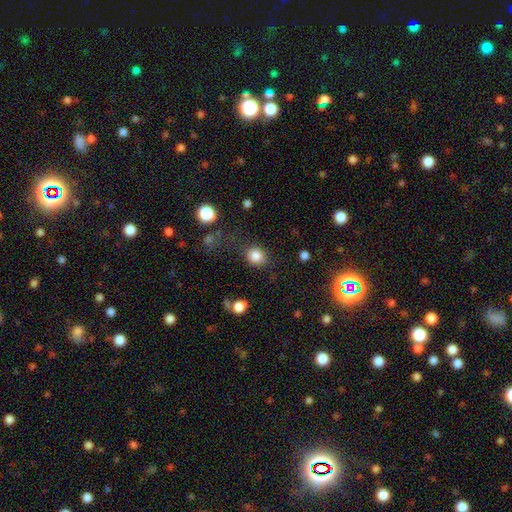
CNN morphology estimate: Smooth or featured: smooth — 85% (star or artifact — 11%)
How rounded: round — 75% (in between — 24%)
Merging: none — 76% (minor disturbance — 14%)